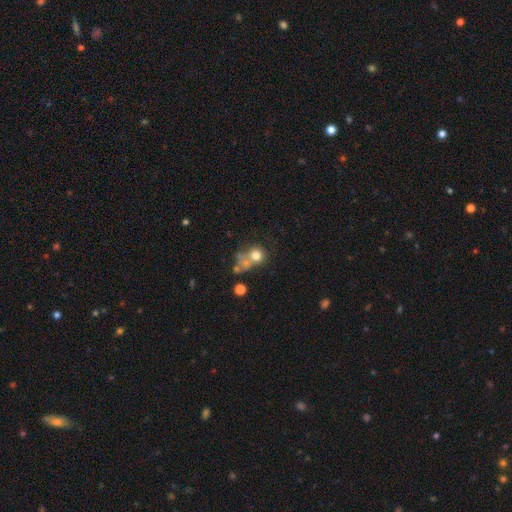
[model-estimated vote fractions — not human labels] Smooth or featured? smooth (66%)
How rounded? round (76%)
Merging? merger (39%)